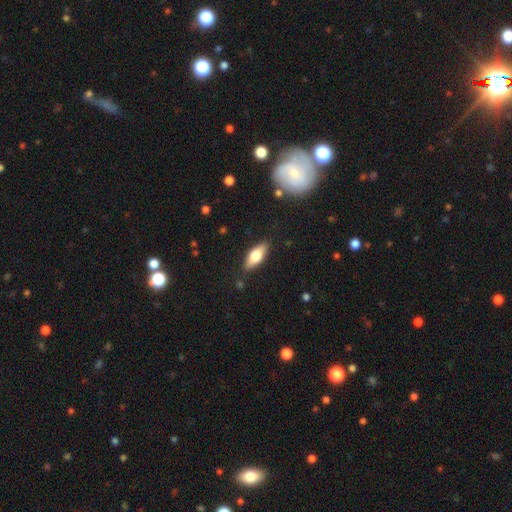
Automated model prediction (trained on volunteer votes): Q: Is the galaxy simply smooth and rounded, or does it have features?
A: smooth — 66%.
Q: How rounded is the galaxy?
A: in between — 74%.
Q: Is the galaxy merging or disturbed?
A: none — 85%.